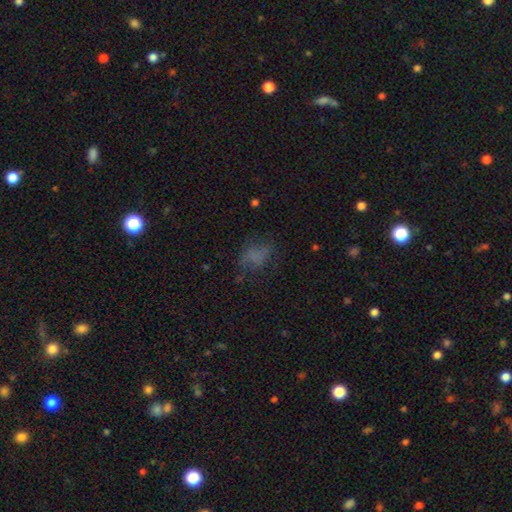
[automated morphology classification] smooth-or-featured: smooth: 60% | featured or disk: 20% | star or artifact: 19%
  how-rounded: in between: 70% | round: 28% | cigar-shaped: 2%
  merging: none: 53% | minor disturbance: 23% | major disturbance: 21% | merger: 2%